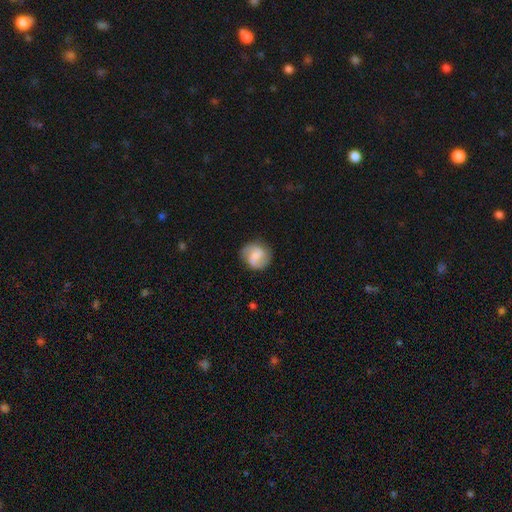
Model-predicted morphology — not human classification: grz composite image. It shows a featured or disk galaxy (55%) with a weak bar (48%), spiral arms (89%) and no central bulge (39%). Merging: none (76%).